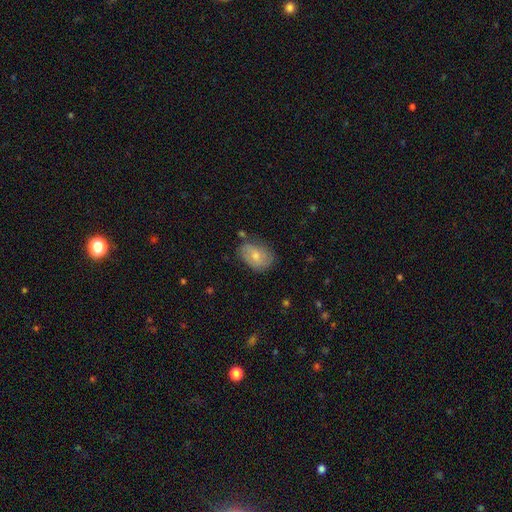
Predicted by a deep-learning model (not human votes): Morphology: type=smooth (58%); roundness=in between (79%); merging=none (62%).